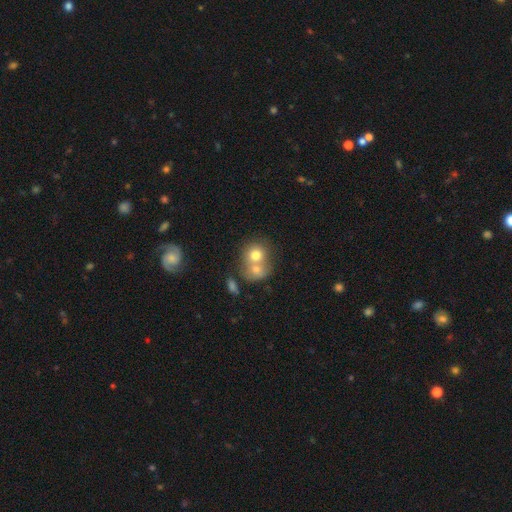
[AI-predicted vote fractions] Smooth or featured? Predicted: smooth (p=0.71). How rounded? Predicted: round (p=0.73). Merging? Predicted: merger (p=0.65).